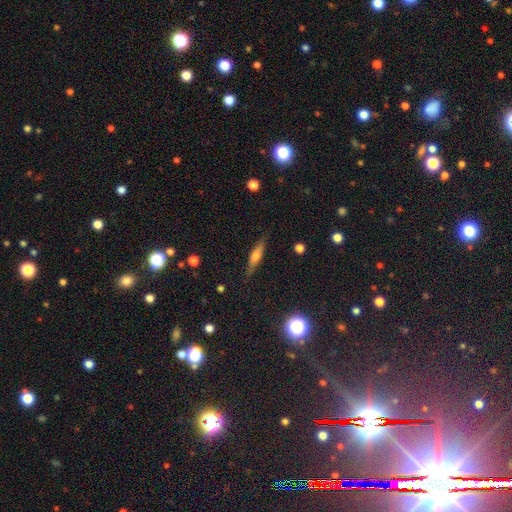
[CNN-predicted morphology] A smooth galaxy with no disk features (48%). Merging: none (85%).